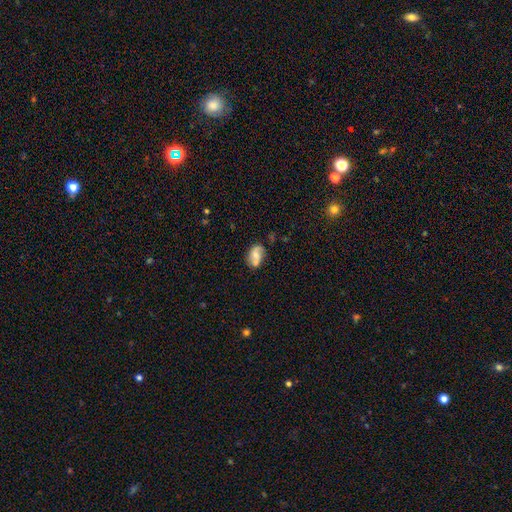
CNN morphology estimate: type=featured or disk (48%); merging=none (59%).